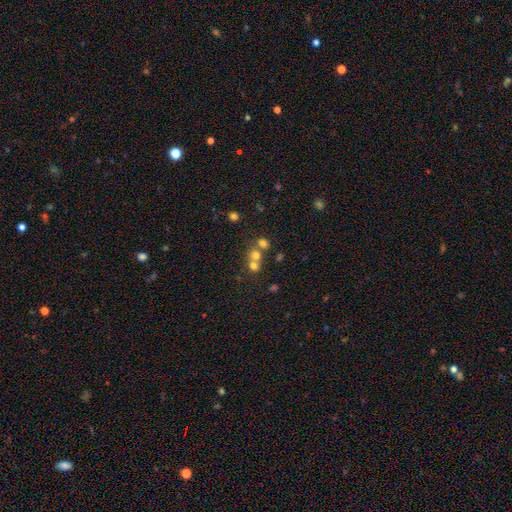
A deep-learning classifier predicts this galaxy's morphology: This appears to be a smooth galaxy with no disk features (62%) that is round (77%). Merging: merger (55%).